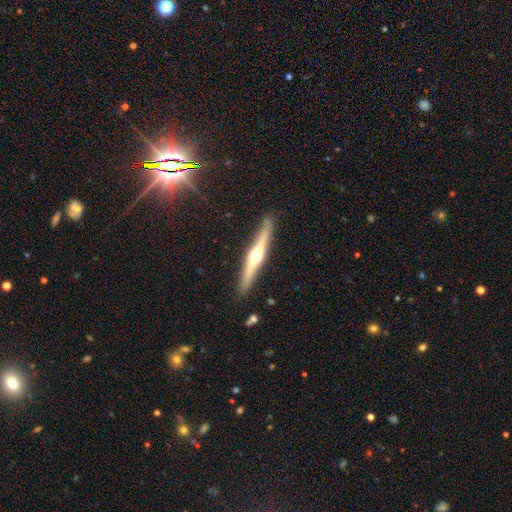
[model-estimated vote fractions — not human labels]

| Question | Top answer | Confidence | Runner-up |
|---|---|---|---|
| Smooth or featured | featured or disk | 71% | smooth (25%) |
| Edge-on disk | yes | 97% | no (3%) |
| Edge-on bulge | rounded | 90% | none (5%) |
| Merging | none | 87% | minor disturbance (9%) |